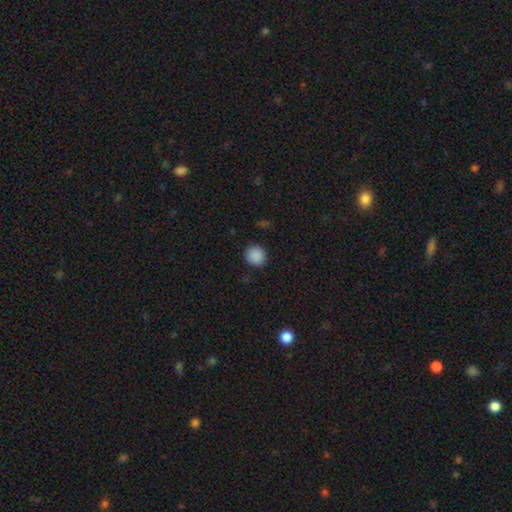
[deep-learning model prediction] This appears to be a smooth galaxy with no disk features (88%) that is round (90%). Merging: none (90%).